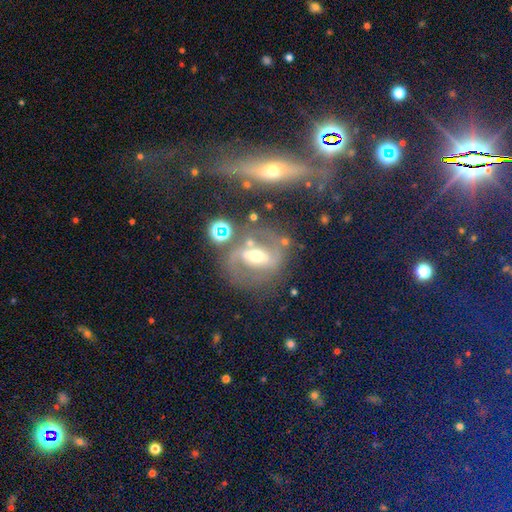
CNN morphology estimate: type=featured or disk (74%); edge-on=no (87%); bar=strong (54%); spiral arms=yes (73%); bulge=moderate (68%); merging=none (60%).